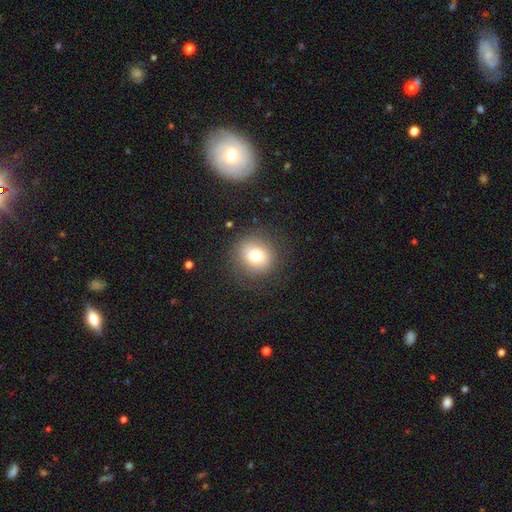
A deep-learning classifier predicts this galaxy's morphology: Overall: smooth (74%). How rounded: round (86%). Merging: none (85%).